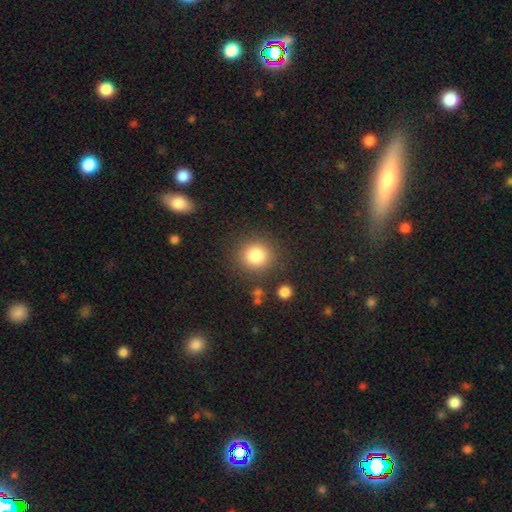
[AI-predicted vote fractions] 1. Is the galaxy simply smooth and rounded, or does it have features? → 82% smooth, 11% star or artifact, 7% featured or disk.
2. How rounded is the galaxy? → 90% round, 9% in between, 1% cigar-shaped.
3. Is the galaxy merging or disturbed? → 85% none, 8% minor disturbance, 4% major disturbance, 3% merger.